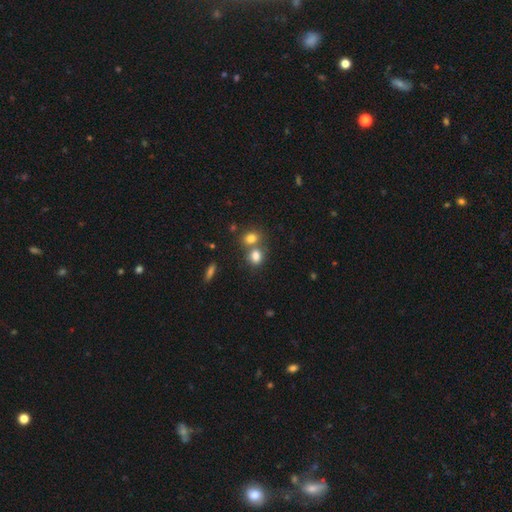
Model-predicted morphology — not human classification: The model was most divided on "merging" (2-way tie): merger: 44%, none: 44%, minor disturbance: 9%, major disturbance: 3%. More confident: smooth or featured — smooth (80%); how rounded — round (53%).